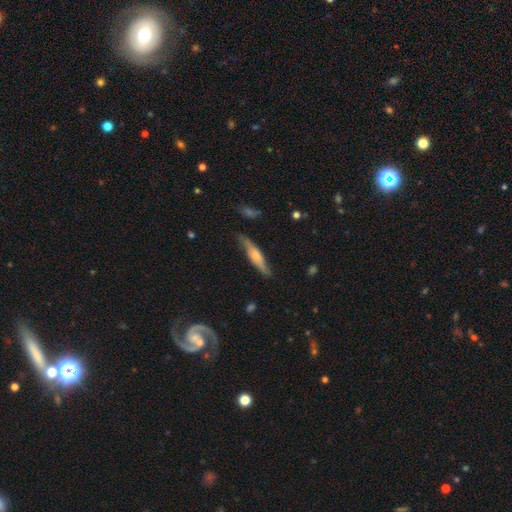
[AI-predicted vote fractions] Smooth or featured?
  - featured or disk: 54% *
  - smooth: 40%
  - star or artifact: 5%
Edge-on disk?
  - yes: 79% *
  - no: 21%
Merging?
  - none: 76% *
  - minor disturbance: 18%
  - major disturbance: 4%
  - merger: 2%